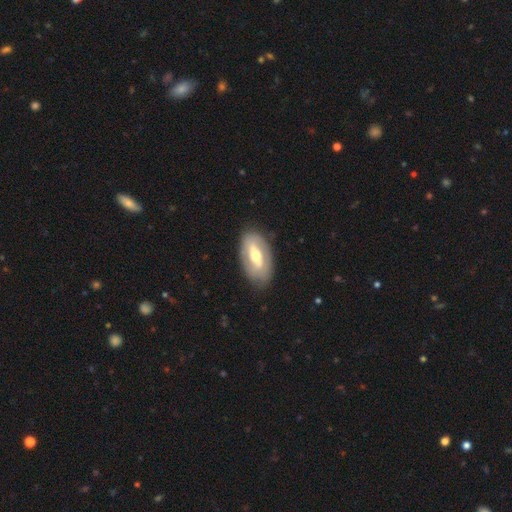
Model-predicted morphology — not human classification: The model was most divided on "bar": strong: 47%, weak: 32%, no: 20%. More confident: edge-on disk — no (85%); merging — none (81%); bulge size — moderate (69%); spiral arms — no (63%); smooth or featured — featured or disk (59%).